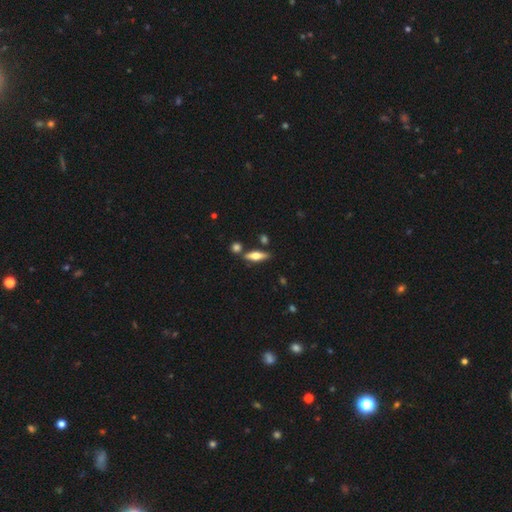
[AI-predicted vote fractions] Smooth or featured: smooth — 52% (featured or disk — 42%)
How rounded: cigar-shaped — 54% (in between — 43%)
Merging: none — 78% (minor disturbance — 11%)